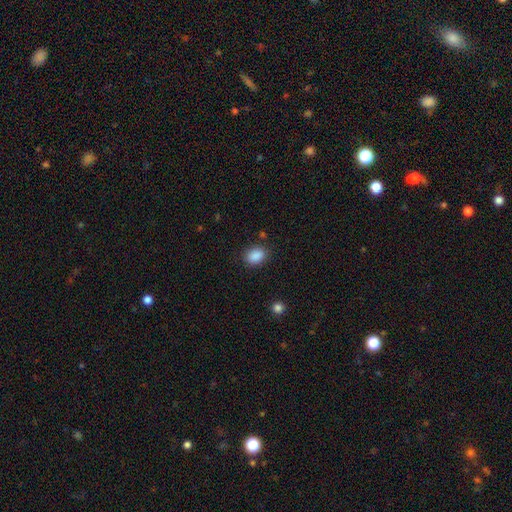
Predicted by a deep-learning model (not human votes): Smooth or featured? smooth (88%)
How rounded? in between (72%)
Merging? none (84%)